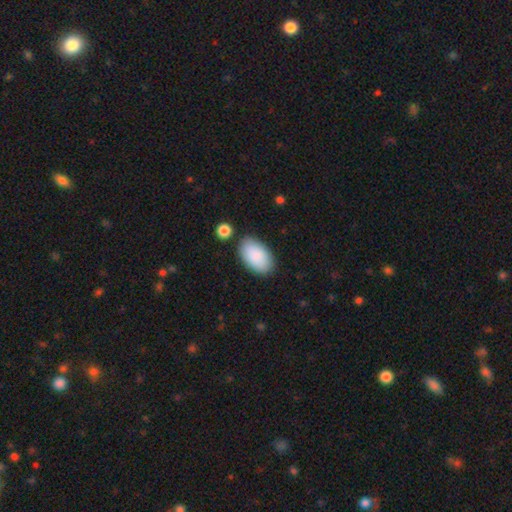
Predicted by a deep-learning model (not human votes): Morphology: type=smooth (89%); roundness=in between (95%); merging=none (81%).